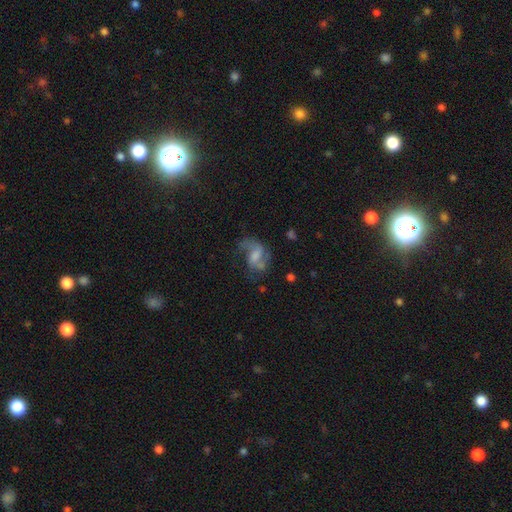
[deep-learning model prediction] Smooth or featured: featured or disk — 64% (smooth — 27%)
Edge-on disk: no — 97% (yes — 3%)
Bar: weak — 44% (no — 41%)
Spiral arms: yes — 82% (no — 18%)
Spiral winding: loose — 52% (medium — 38%)
Spiral arm count: 2 — 67% (1 — 14%)
Bulge size: moderate — 31% (none — 30%)
Merging: none — 40% (major disturbance — 33%)